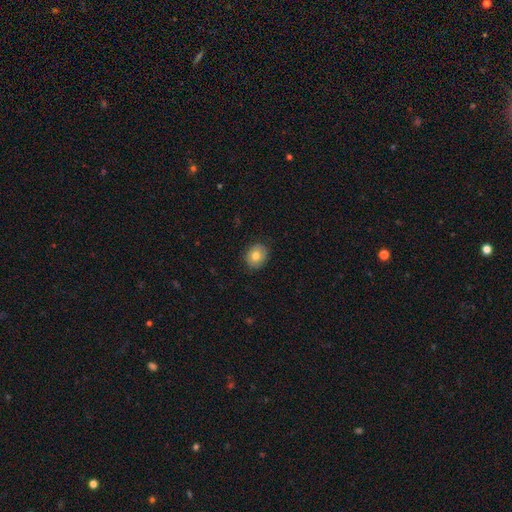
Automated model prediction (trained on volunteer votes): Smooth or featured? Predicted: smooth (p=0.71). How rounded? Predicted: round (p=0.67). Merging? Predicted: none (p=0.85).